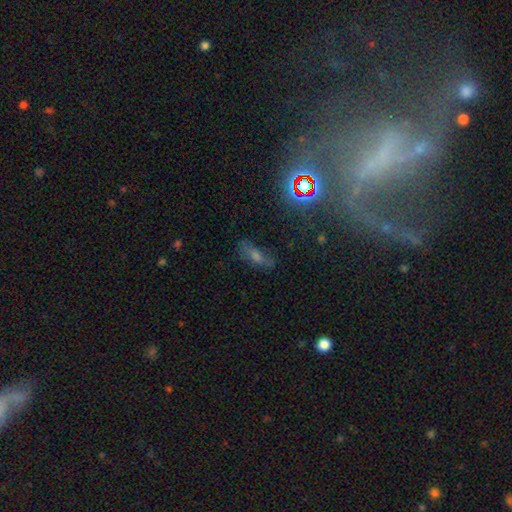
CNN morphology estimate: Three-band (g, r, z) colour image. It shows a smooth galaxy with no disk features (39%). Merging: none (61%).